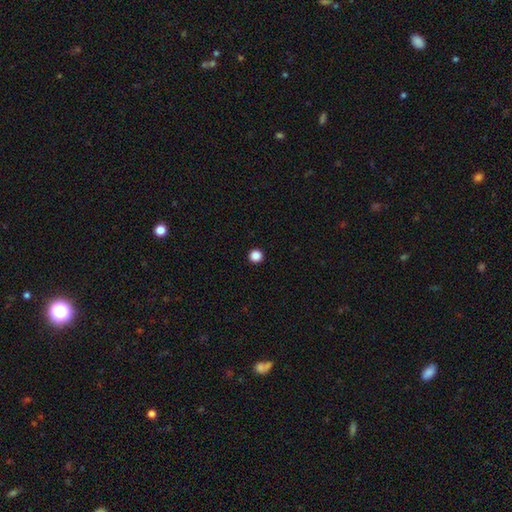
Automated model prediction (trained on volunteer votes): A smooth galaxy with no disk features (87%) that is round (96%).

Vote fractions:
- Smooth or featured? smooth: 87% / star or artifact: 11% / featured or disk: 2%
- How rounded? round: 96% / in between: 3% / cigar-shaped: 1%
- Merging? none: 94% / minor disturbance: 3% / major disturbance: 1% / merger: 1%